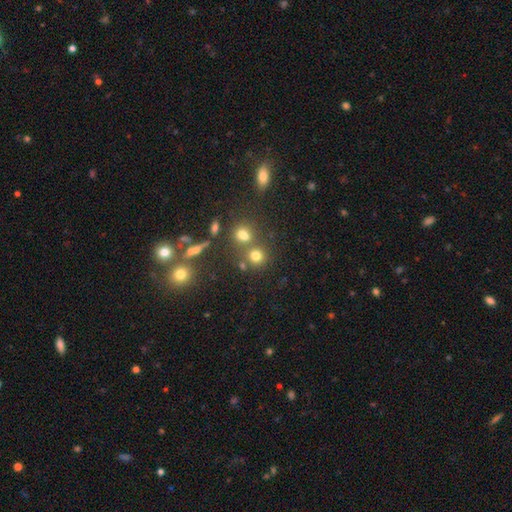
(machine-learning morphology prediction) Overall: smooth (71%). How rounded: round (86%). Merging: none (63%; merger 25%).